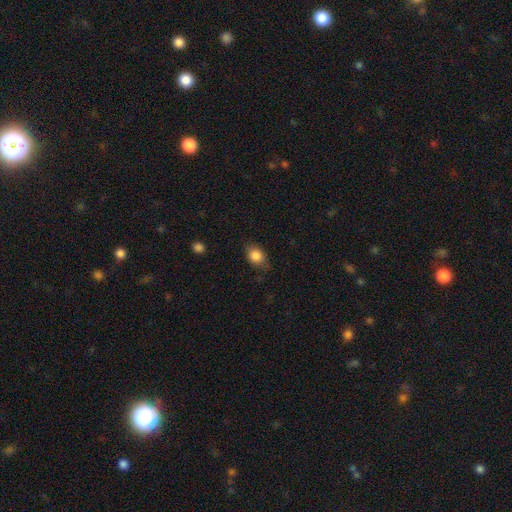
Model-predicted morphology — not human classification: Smooth or featured? Predicted: smooth (p=0.84). How rounded? Predicted: in between (p=0.67). Merging? Predicted: none (p=0.75).